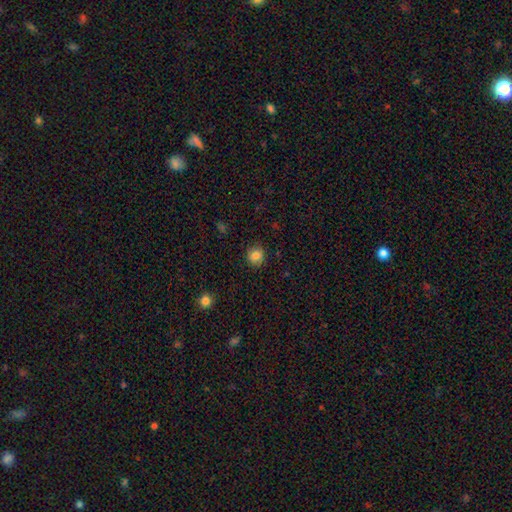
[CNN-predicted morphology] Smooth or featured? Predicted: smooth (p=0.83). How rounded? Predicted: round (p=0.90). Merging? Predicted: none (p=0.90).